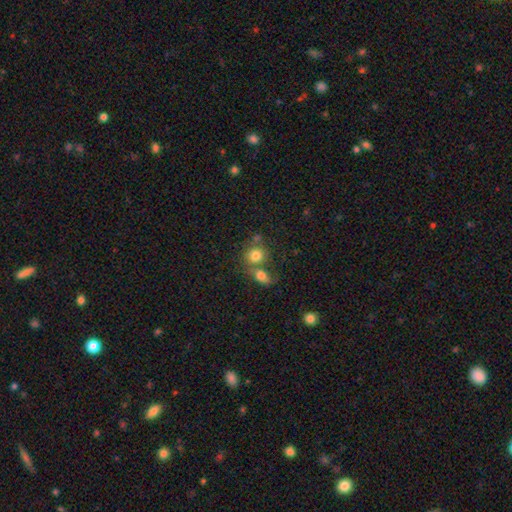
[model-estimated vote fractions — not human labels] smooth-or-featured: smooth: 78% | featured or disk: 12% | star or artifact: 10%
  how-rounded: round: 72% | in between: 27% | cigar-shaped: 1%
  merging: merger: 45% | none: 41% | minor disturbance: 9% | major disturbance: 5%